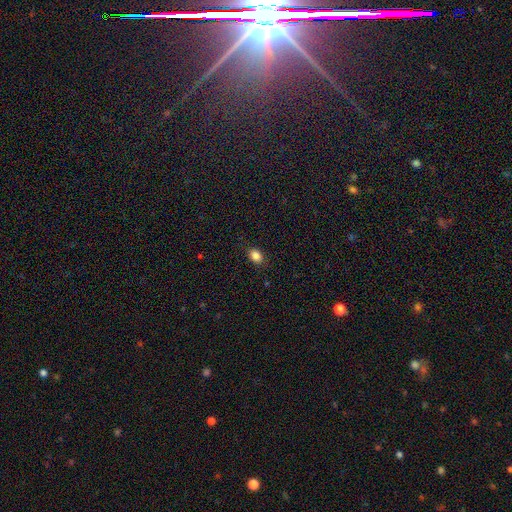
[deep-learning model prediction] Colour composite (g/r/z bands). It shows a smooth galaxy with no disk features (86%) that is in between round and cigar-shaped (74%). Merging: none (87%).